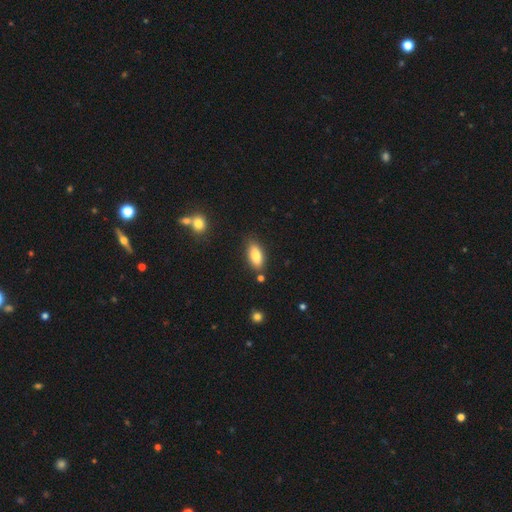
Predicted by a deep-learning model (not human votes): Smooth or featured? Predicted: smooth (p=0.83). How rounded? Predicted: in between (p=0.84). Merging? Predicted: none (p=0.80).